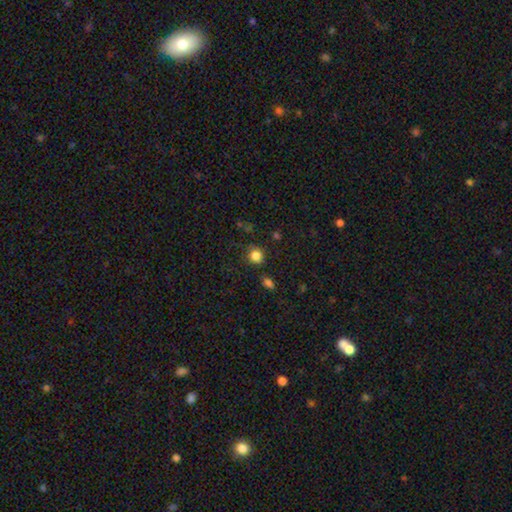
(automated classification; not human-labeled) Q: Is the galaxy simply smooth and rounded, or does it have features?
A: smooth — 83%.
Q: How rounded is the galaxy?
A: round — 86%.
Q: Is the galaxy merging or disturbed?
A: none — 78%.